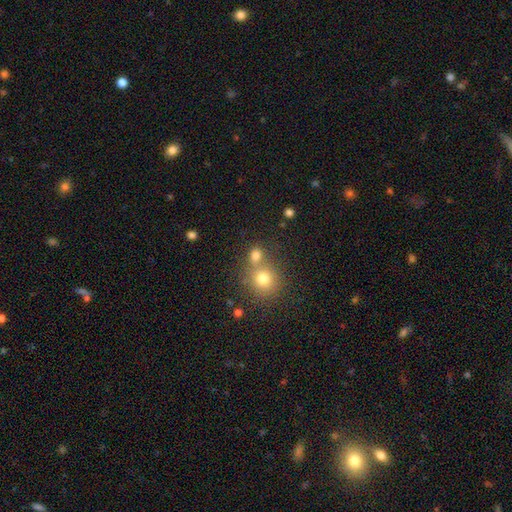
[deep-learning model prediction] A smooth galaxy with no disk features (77%) that is round (70%).

Vote fractions:
- Smooth or featured? smooth: 77% / star or artifact: 14% / featured or disk: 9%
- How rounded? round: 70% / in between: 29% / cigar-shaped: 1%
- Merging? none: 49% / merger: 38% / minor disturbance: 8% / major disturbance: 4%